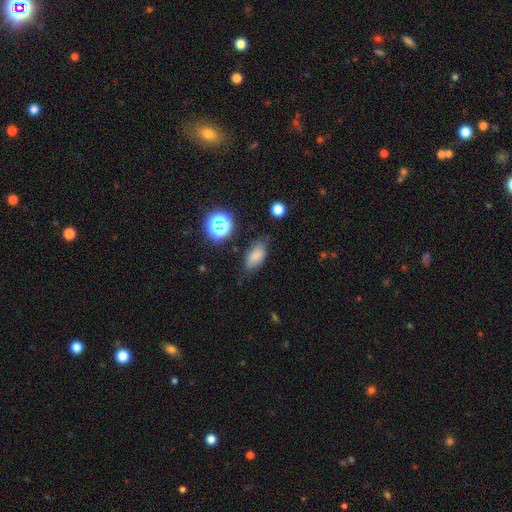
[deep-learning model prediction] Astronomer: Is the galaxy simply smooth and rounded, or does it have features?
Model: smooth — 76%.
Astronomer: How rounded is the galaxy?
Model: in between — 89%.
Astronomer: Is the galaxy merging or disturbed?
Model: none — 70%.